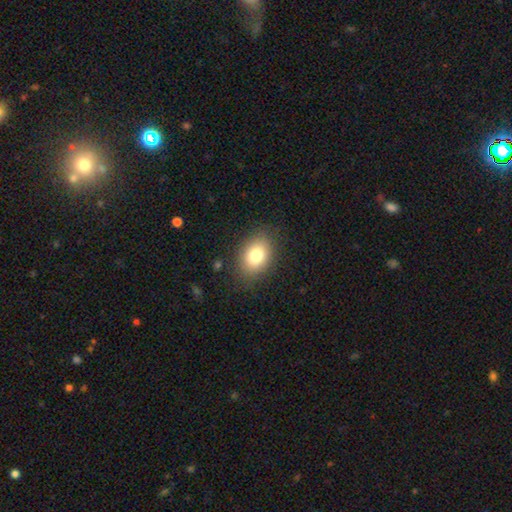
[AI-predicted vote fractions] Overall: smooth (79%). How rounded: in between (74%). Merging: none (84%).